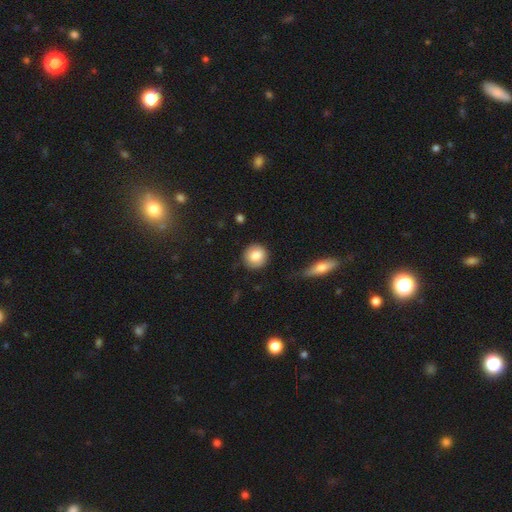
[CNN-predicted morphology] Q: Smooth or featured?
A: smooth (83%); runner-up: featured or disk (10%)
Q: How rounded?
A: round (91%); runner-up: in between (8%)
Q: Merging?
A: none (84%); runner-up: minor disturbance (11%)